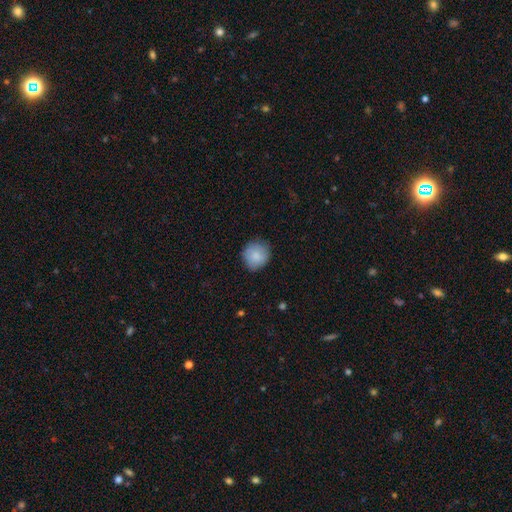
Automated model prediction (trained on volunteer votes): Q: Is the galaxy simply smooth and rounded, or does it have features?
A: smooth — 85%.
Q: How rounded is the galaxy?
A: round — 88%.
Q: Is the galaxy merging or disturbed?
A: none — 81%.